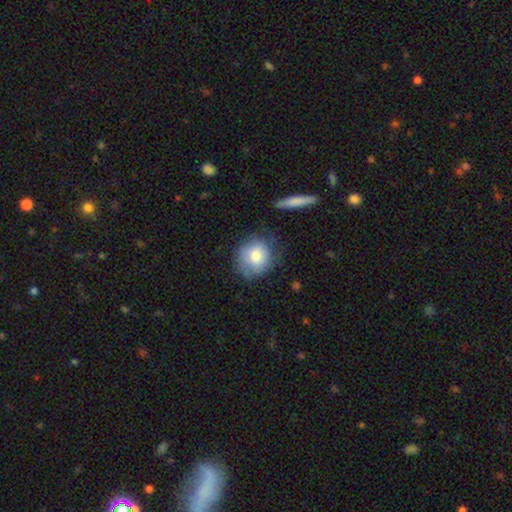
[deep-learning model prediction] Smooth or featured? Predicted: smooth (p=0.71). How rounded? Predicted: round (p=0.84). Merging? Predicted: none (p=0.65).